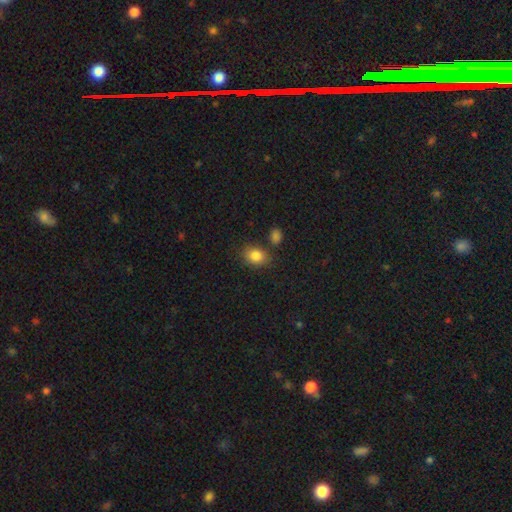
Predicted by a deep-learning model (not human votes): This is clearly a smooth galaxy (85%). How rounded: possibly in between (59%). Merging: likely none (73%).